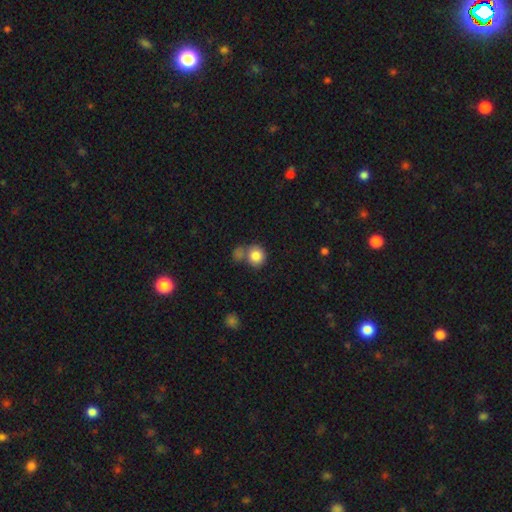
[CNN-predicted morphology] smooth 84%, star or artifact 9%, featured or disk 8%. Down the decision tree: how rounded — round (85%); merging — none (51%).